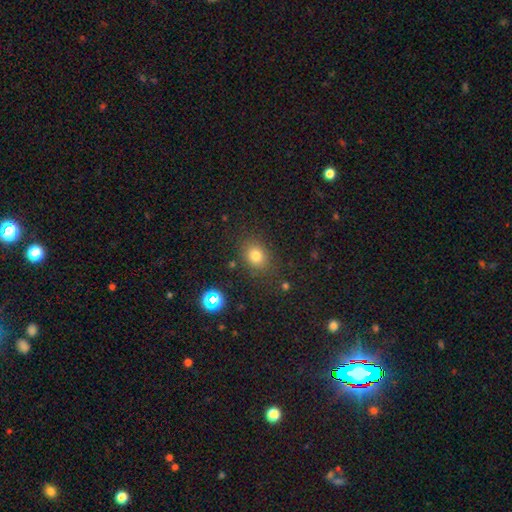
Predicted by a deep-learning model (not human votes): A smooth galaxy with no disk features (77%) that is round (54%). Merging: none (82%).